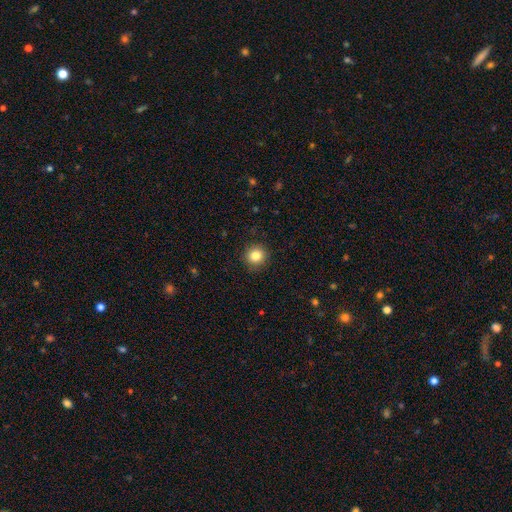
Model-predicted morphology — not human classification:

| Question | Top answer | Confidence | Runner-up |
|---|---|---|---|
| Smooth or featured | smooth | 83% | star or artifact (11%) |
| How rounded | round | 93% | in between (6%) |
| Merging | none | 90% | minor disturbance (7%) |